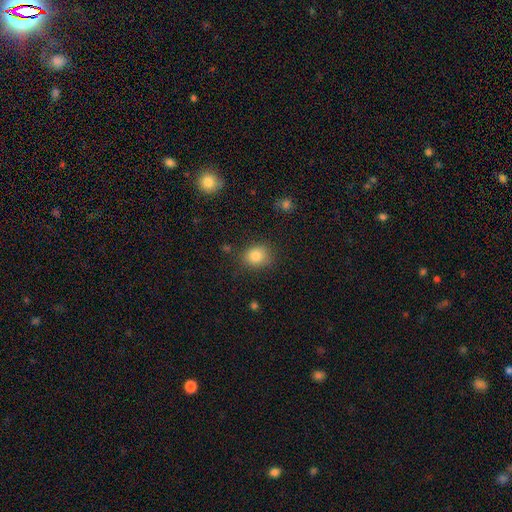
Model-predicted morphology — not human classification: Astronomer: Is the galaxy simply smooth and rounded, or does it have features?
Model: smooth — 83%.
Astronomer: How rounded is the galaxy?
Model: round — 58% (runner-up: in between, 41%).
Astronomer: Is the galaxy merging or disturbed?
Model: none — 78%.